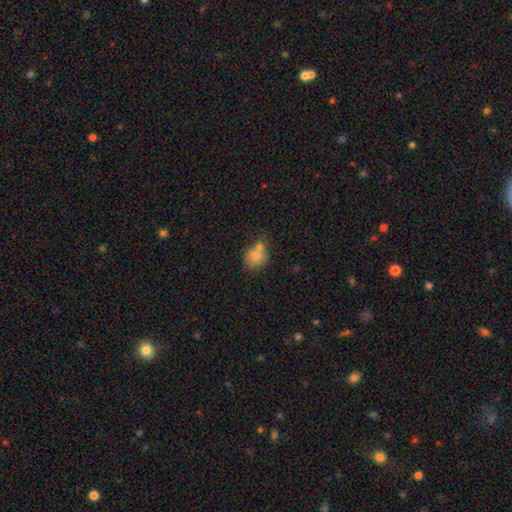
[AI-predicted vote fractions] Smooth or featured?
  - smooth: 77% *
  - featured or disk: 13%
  - star or artifact: 10%
How rounded?
  - round: 74% *
  - in between: 25%
  - cigar-shaped: 1%
Merging?
  - none: 43% *
  - merger: 39%
  - minor disturbance: 13%
  - major disturbance: 5%